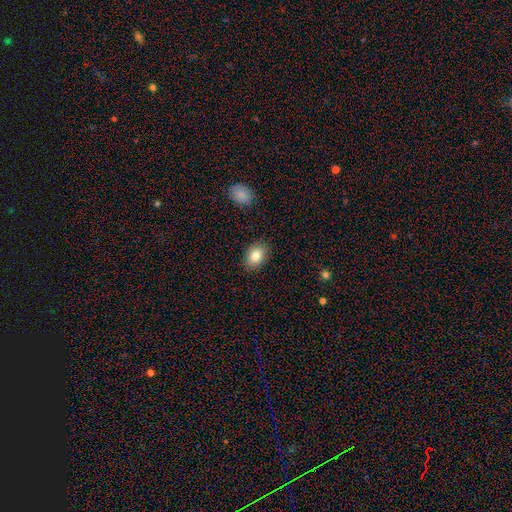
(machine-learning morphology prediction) smooth 83%, featured or disk 9%, star or artifact 8%. Down the decision tree: how rounded — in between (80%); merging — none (87%).